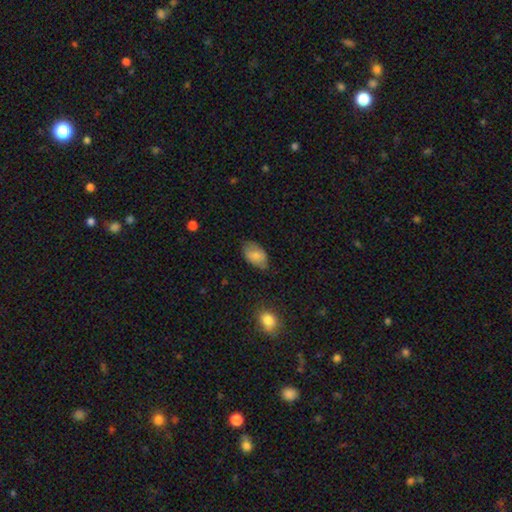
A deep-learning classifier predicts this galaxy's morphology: This is clearly a smooth galaxy (81%). How rounded: clearly in between (91%). Merging: likely none (68%).